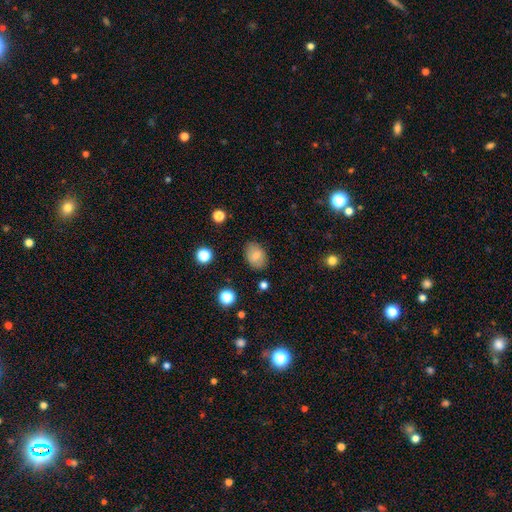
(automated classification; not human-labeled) Smooth or featured? Predicted: smooth (p=0.78). How rounded? Predicted: in between (p=0.79). Merging? Predicted: none (p=0.84).